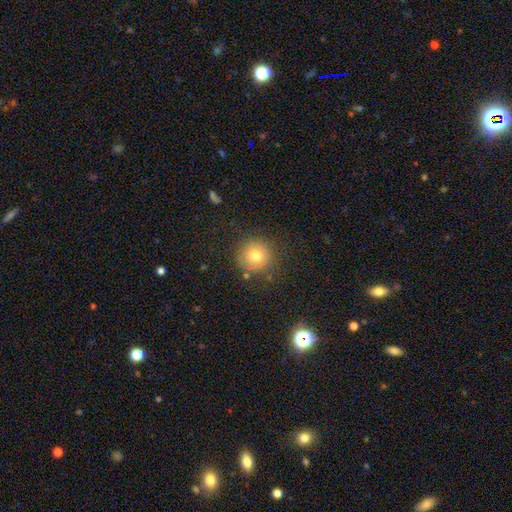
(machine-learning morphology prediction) Smooth or featured? smooth (73%)
How rounded? round (93%)
Merging? none (82%)